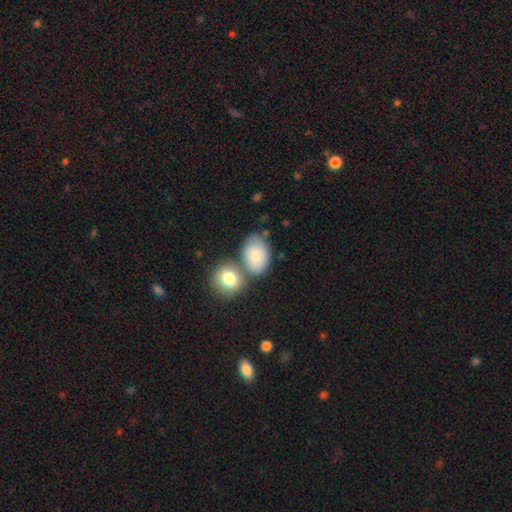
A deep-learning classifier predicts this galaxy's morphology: A smooth galaxy with no disk features (81%) that is in between round and cigar-shaped (77%).

Vote fractions:
- Smooth or featured? smooth: 81% / featured or disk: 13% / star or artifact: 7%
- How rounded? in between: 77% / round: 22% / cigar-shaped: 1%
- Merging? none: 49% / merger: 31% / minor disturbance: 15% / major disturbance: 5%